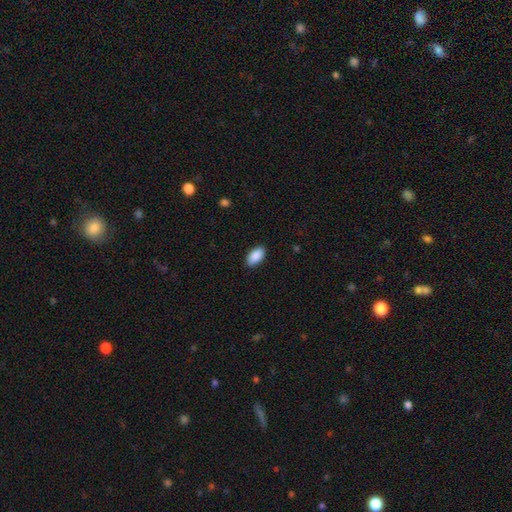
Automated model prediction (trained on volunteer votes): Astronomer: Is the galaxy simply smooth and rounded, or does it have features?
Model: smooth — 90%.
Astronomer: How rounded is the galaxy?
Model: in between — 95%.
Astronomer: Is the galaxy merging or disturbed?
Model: none — 89%.